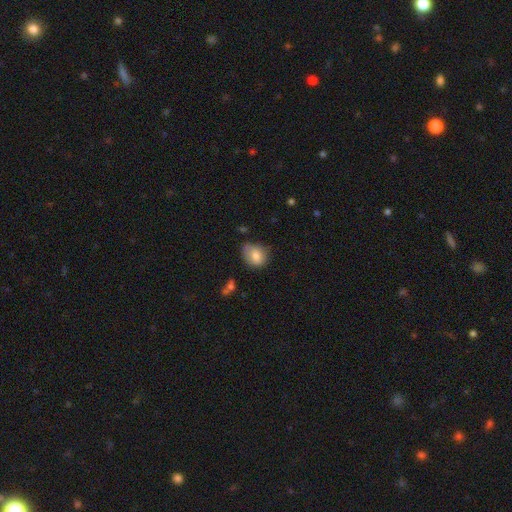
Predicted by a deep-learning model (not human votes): A smooth galaxy with no disk features (78%) that is in between round and cigar-shaped (51%).

Vote fractions:
- Smooth or featured? smooth: 78% / featured or disk: 13% / star or artifact: 9%
- How rounded? in between: 51% / round: 48% / cigar-shaped: 1%
- Merging? none: 55% / minor disturbance: 34% / major disturbance: 8% / merger: 3%